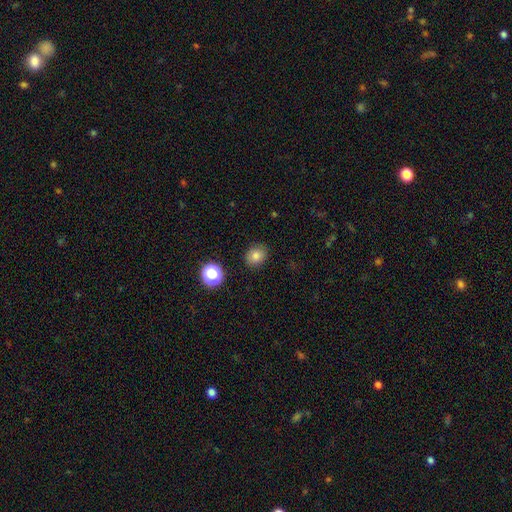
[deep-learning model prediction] Smooth or featured? smooth (80%)
How rounded? round (64%)
Merging? none (86%)